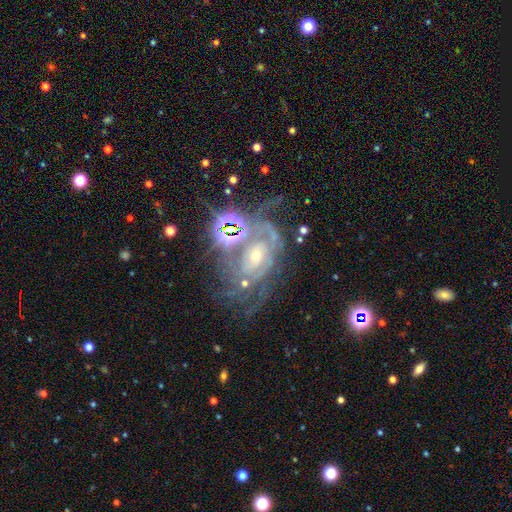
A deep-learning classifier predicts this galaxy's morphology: smooth_or_featured: featured or disk (p=0.78) [alt: star or artifact p=0.15]
disk_edge_on: no (p=0.96) [alt: yes p=0.04]
bar: no (p=0.65) [alt: weak p=0.24]
has_spiral_arms: yes (p=0.89) [alt: no p=0.11]
spiral_winding: tight (p=0.55) [alt: medium p=0.32]
spiral_arm_count: can't tell (p=0.38) [alt: 2 p=0.25]
bulge_size: small (p=0.57) [alt: moderate p=0.33]
merging: none (p=0.40) [alt: major disturbance p=0.28]